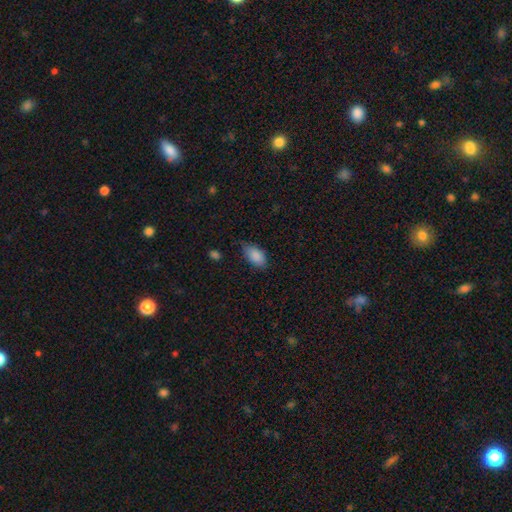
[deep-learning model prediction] Overall: smooth (87%). How rounded: in between (92%). Merging: none (63%; minor disturbance 30%).